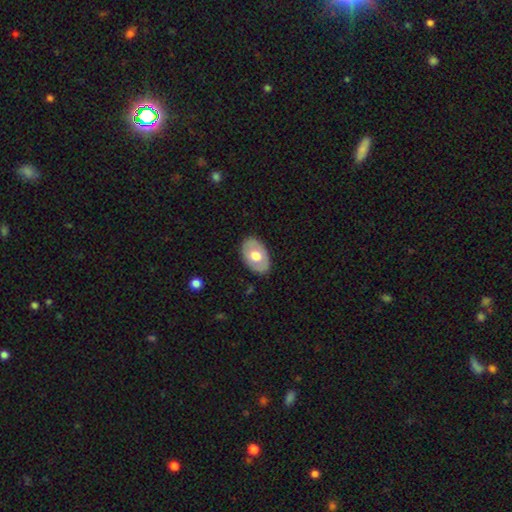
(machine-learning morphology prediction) Smooth or featured: smooth — 59% (featured or disk — 36%)
How rounded: in between — 88% (round — 11%)
Merging: none — 85% (minor disturbance — 11%)